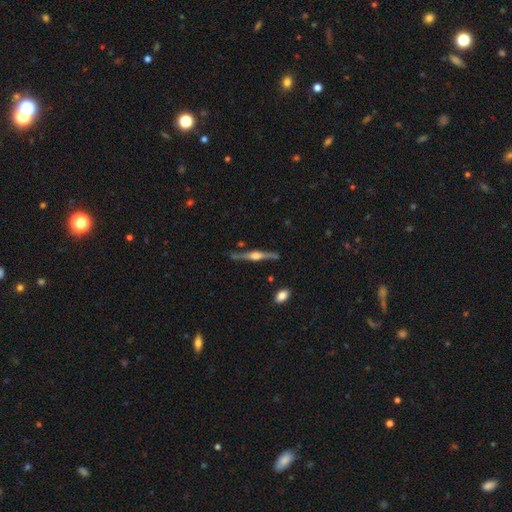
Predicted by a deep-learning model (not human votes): Morphology: type=featured or disk (83%); edge-on=yes (98%); edge-on bulge=rounded (91%); merging=none (84%).